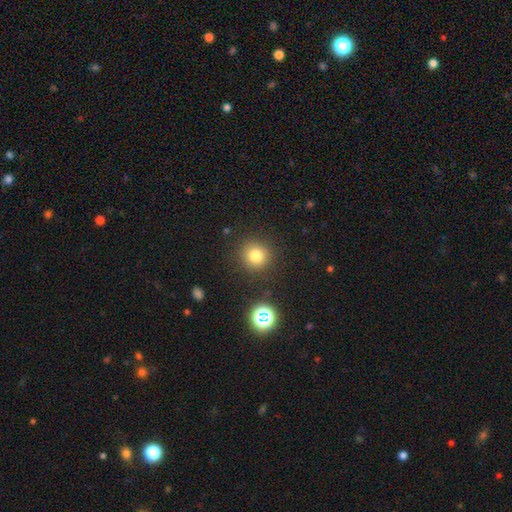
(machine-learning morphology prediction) Smooth or featured?
  - smooth: 78% *
  - star or artifact: 16%
  - featured or disk: 7%
How rounded?
  - round: 93% *
  - in between: 6%
  - cigar-shaped: 1%
Merging?
  - none: 89% *
  - minor disturbance: 7%
  - major disturbance: 3%
  - merger: 2%